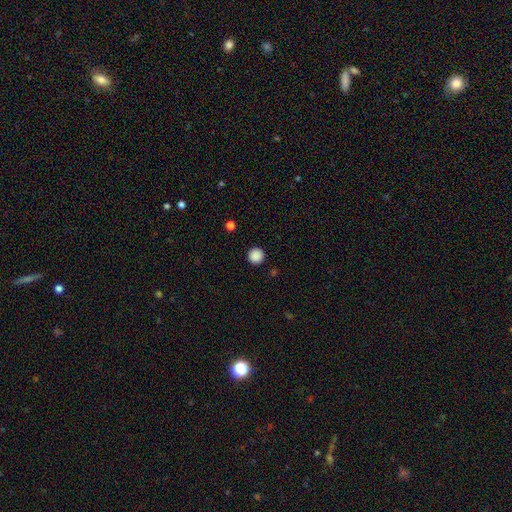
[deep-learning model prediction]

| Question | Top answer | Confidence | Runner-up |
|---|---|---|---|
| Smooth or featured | smooth | 88% | star or artifact (9%) |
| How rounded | round | 96% | in between (3%) |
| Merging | none | 92% | minor disturbance (5%) |